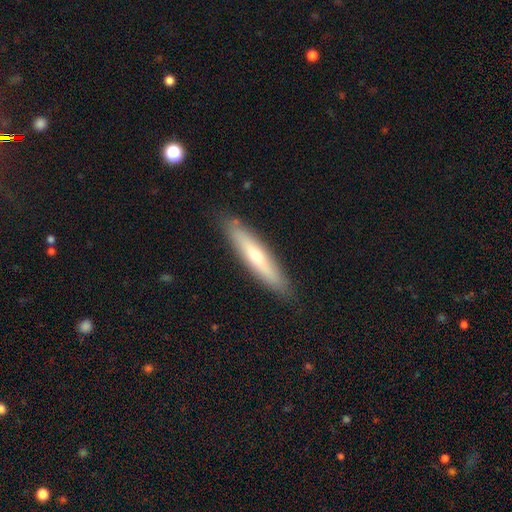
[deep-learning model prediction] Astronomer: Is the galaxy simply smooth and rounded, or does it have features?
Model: smooth — 58% (runner-up: featured or disk, 37%).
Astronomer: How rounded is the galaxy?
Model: cigar-shaped — 87%.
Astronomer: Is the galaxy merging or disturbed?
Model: none — 87%.